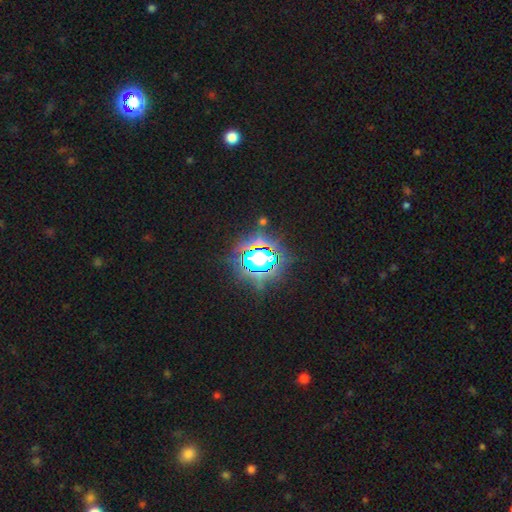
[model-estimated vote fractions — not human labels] Overall: star or artifact (75%).